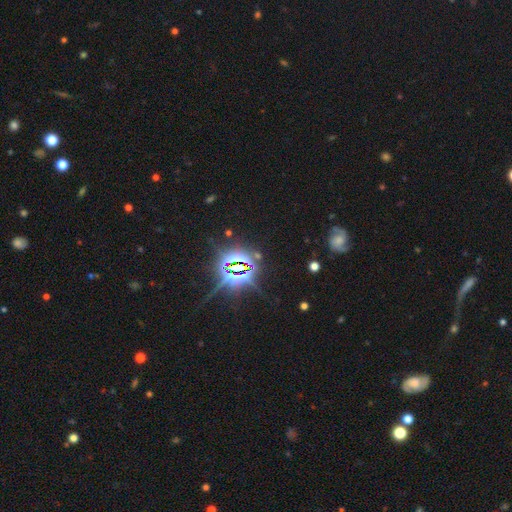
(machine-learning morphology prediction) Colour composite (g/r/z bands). It shows a star or artifact, not a galaxy (79%).